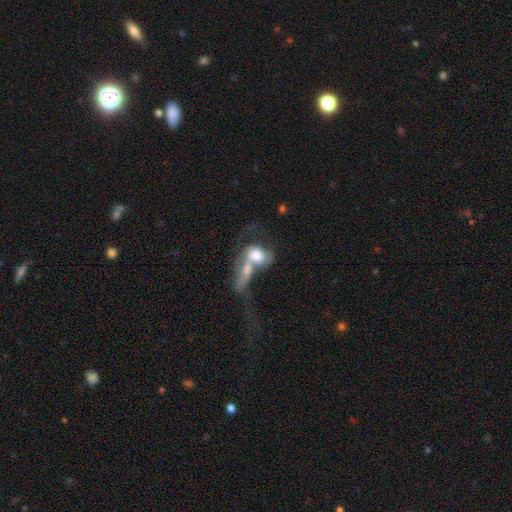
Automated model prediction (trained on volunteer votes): Q: Smooth or featured?
A: smooth (59%); runner-up: featured or disk (33%)
Q: How rounded?
A: in between (65%); runner-up: round (29%)
Q: Merging?
A: merger (75%); runner-up: major disturbance (12%)